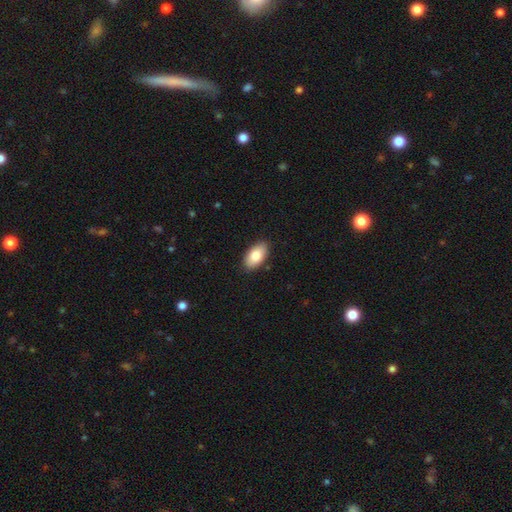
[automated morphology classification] This appears to be a smooth galaxy with no disk features (83%) that is in between round and cigar-shaped (95%). Merging: none (88%).